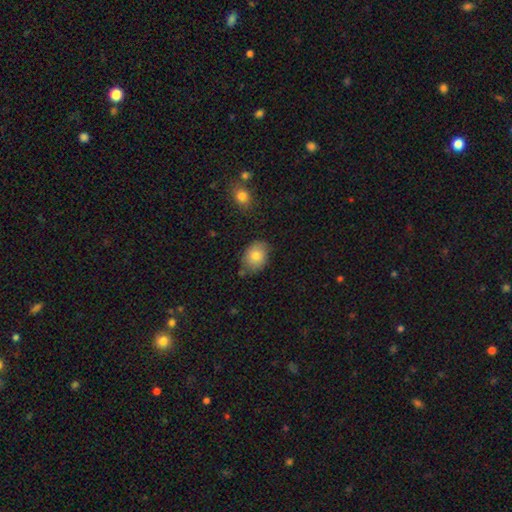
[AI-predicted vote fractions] Smooth or featured: smooth — 81% (featured or disk — 11%)
How rounded: in between — 64% (round — 35%)
Merging: none — 73% (minor disturbance — 20%)